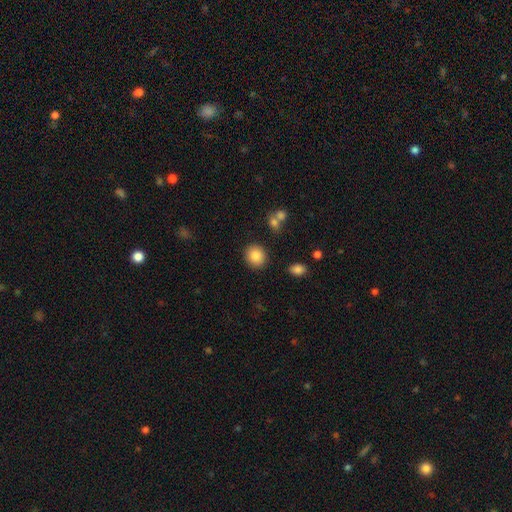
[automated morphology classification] smooth_or_featured: smooth (p=0.85) [alt: star or artifact p=0.09]
how_rounded: round (p=0.82) [alt: in between p=0.17]
merging: none (p=0.88) [alt: minor disturbance p=0.07]